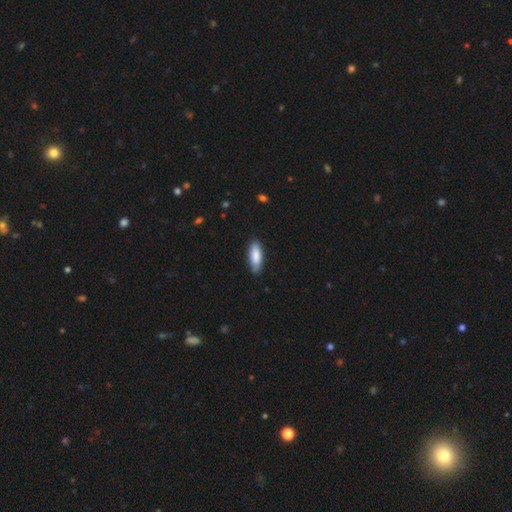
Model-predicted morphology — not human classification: The model was most divided on "how rounded": in between: 70%, cigar-shaped: 28%, round: 2%. More confident: smooth or featured — smooth (84%); merging — none (82%).